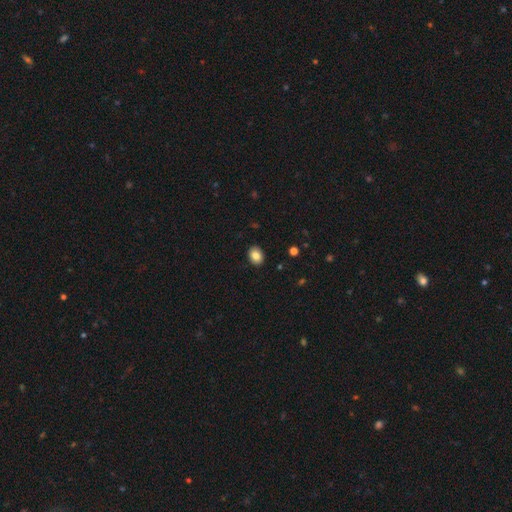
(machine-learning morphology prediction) Q: Smooth or featured?
A: smooth (84%); runner-up: star or artifact (8%)
Q: How rounded?
A: in between (65%); runner-up: round (34%)
Q: Merging?
A: none (90%); runner-up: minor disturbance (7%)